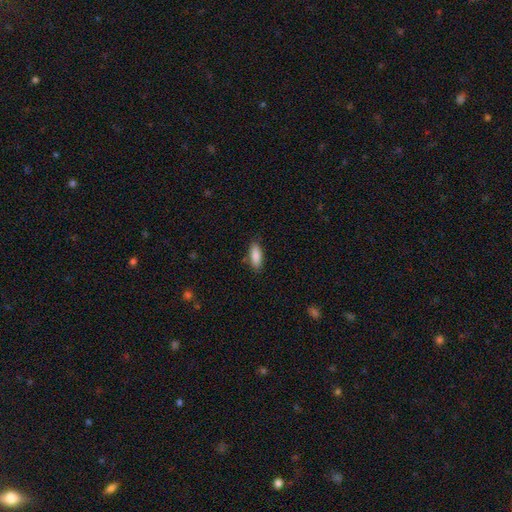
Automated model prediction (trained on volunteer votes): A smooth galaxy with no disk features (87%) that is in between round and cigar-shaped (71%).

Vote fractions:
- Smooth or featured? smooth: 87% / star or artifact: 6% / featured or disk: 6%
- How rounded? in between: 71% / cigar-shaped: 27% / round: 2%
- Merging? none: 84% / minor disturbance: 12% / major disturbance: 3% / merger: 2%